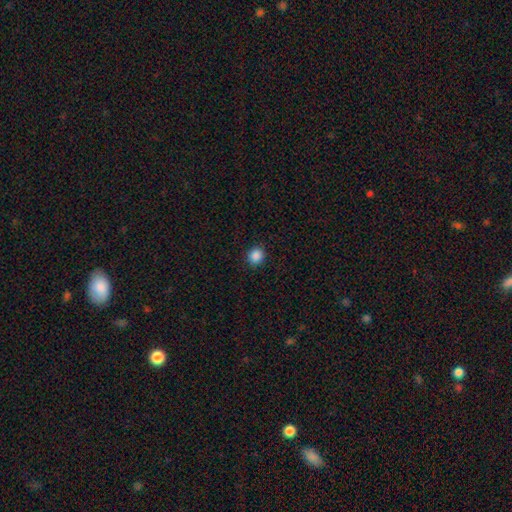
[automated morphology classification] smooth 87%, star or artifact 10%, featured or disk 3%. Down the decision tree: how rounded — round (86%); merging — none (90%).